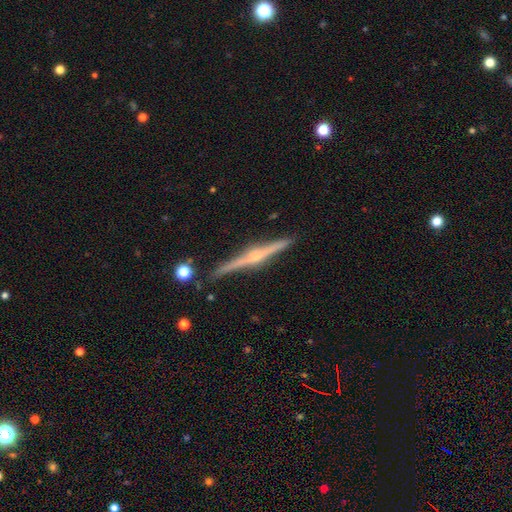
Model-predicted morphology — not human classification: A featured or disk galaxy (86%) viewed edge-on (99%) with a rounded central bulge (80%). Merging: none (90%).